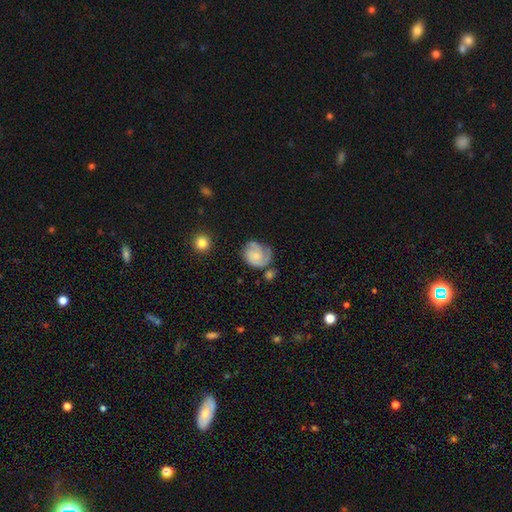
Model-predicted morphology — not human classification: smooth_or_featured: featured or disk (p=0.69) [alt: smooth p=0.24]
disk_edge_on: no (p=0.98) [alt: yes p=0.02]
bar: no (p=0.72) [alt: weak p=0.25]
has_spiral_arms: yes (p=0.93) [alt: no p=0.07]
spiral_winding: tight (p=0.52) [alt: medium p=0.36]
spiral_arm_count: 2 (p=0.37) [alt: 3 p=0.27]
bulge_size: small (p=0.59) [alt: moderate p=0.26]
merging: none (p=0.55) [alt: minor disturbance p=0.25]